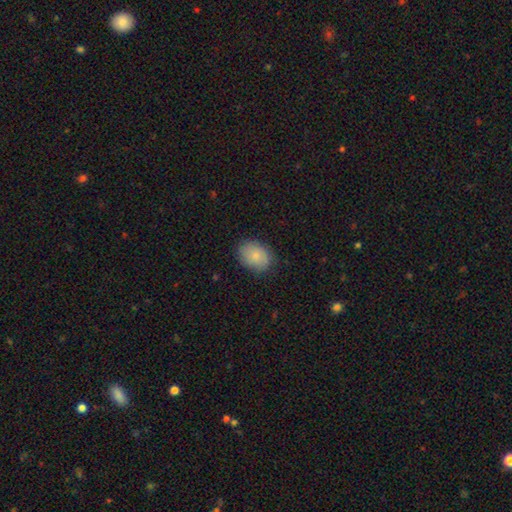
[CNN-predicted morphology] Smooth or featured? smooth (81%)
How rounded? in between (68%)
Merging? none (84%)